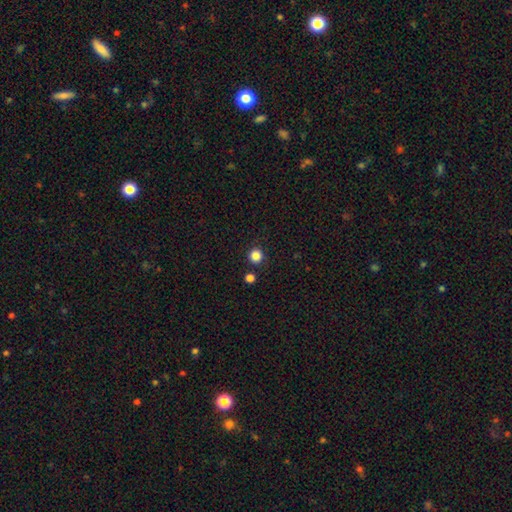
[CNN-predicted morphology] A smooth galaxy with no disk features (84%) that is round (95%). Merging: none (87%).